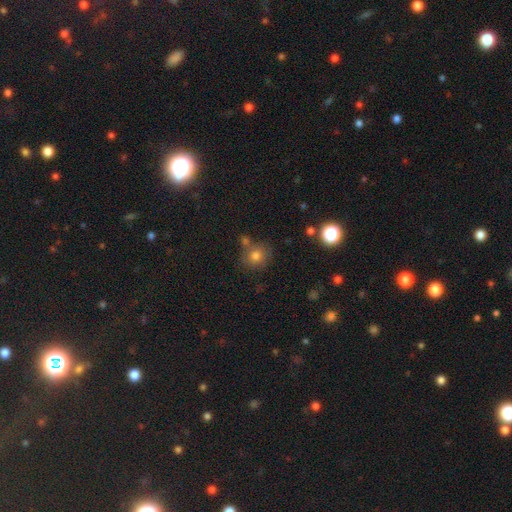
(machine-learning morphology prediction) Smooth or featured: smooth — 78% (star or artifact — 13%)
How rounded: round — 80% (in between — 19%)
Merging: none — 67% (merger — 15%)